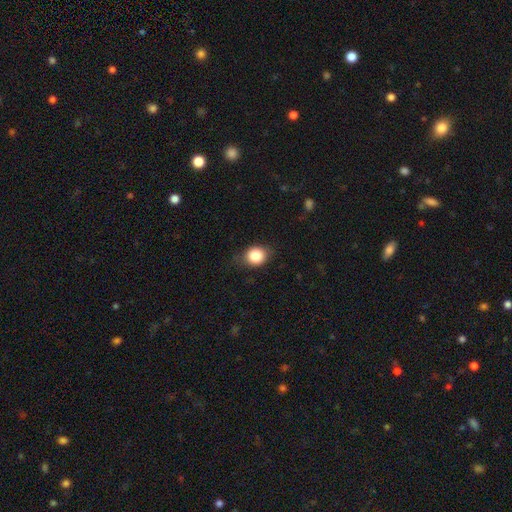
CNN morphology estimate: A smooth galaxy with no disk features (84%) that is round (64%).

Vote fractions:
- Smooth or featured? smooth: 84% / star or artifact: 9% / featured or disk: 7%
- How rounded? round: 64% / in between: 35% / cigar-shaped: 1%
- Merging? none: 77% / minor disturbance: 18% / major disturbance: 4% / merger: 1%